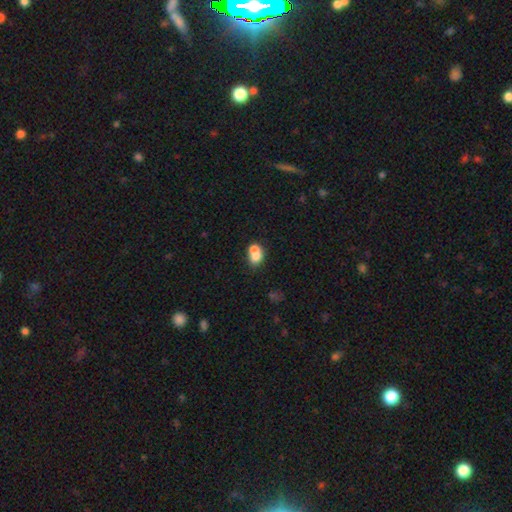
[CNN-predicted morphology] Overall: smooth (70%). How rounded: in between (54%; round 45%). Merging: merger (64%; none 25%).